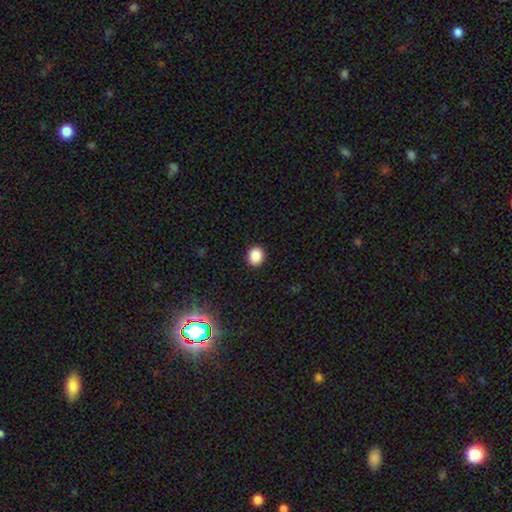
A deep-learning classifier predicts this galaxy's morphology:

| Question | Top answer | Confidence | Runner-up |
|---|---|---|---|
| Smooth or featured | smooth | 87% | star or artifact (10%) |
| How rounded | round | 74% | in between (25%) |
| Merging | none | 91% | minor disturbance (6%) |